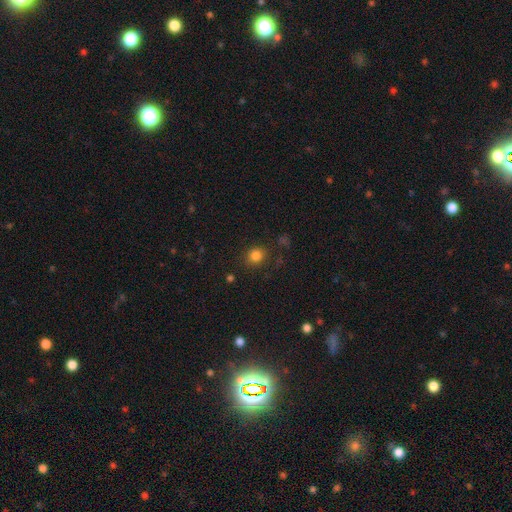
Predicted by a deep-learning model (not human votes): Smooth or featured?
  - smooth: 82% *
  - star or artifact: 13%
  - featured or disk: 5%
How rounded?
  - round: 83% *
  - in between: 16%
  - cigar-shaped: 1%
Merging?
  - none: 85% *
  - minor disturbance: 10%
  - major disturbance: 4%
  - merger: 2%